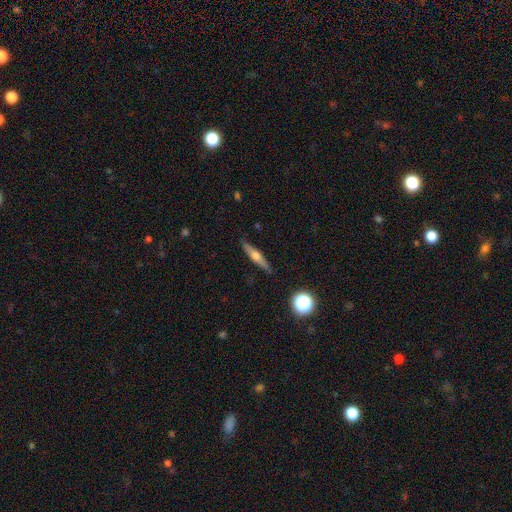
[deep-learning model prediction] Smooth or featured: featured or disk — 62% (smooth — 31%)
Edge-on disk: yes — 96% (no — 4%)
Edge-on bulge: rounded — 91% (boxy — 5%)
Merging: none — 88% (minor disturbance — 9%)